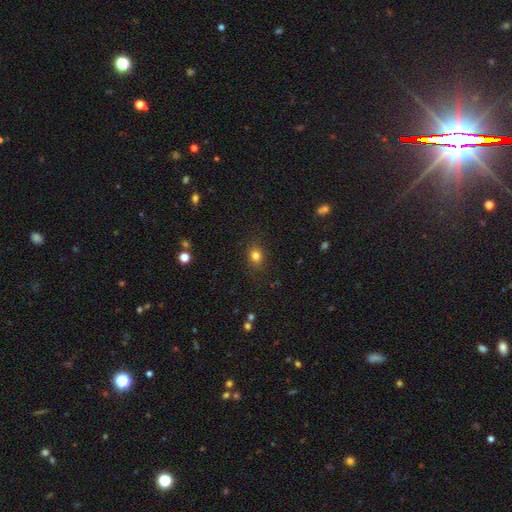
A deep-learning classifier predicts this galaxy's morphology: Smooth or featured? Predicted: smooth (p=0.81). How rounded? Predicted: round (p=0.57). Merging? Predicted: none (p=0.85).